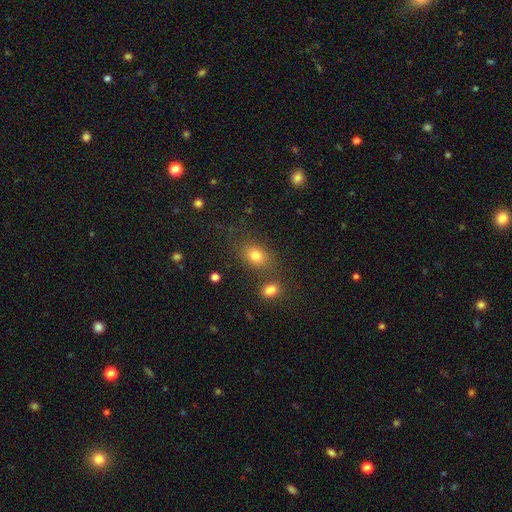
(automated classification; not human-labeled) A smooth galaxy with no disk features (78%) that is in between round and cigar-shaped (64%).

Vote fractions:
- Smooth or featured? smooth: 78% / star or artifact: 13% / featured or disk: 9%
- How rounded? in between: 64% / round: 34% / cigar-shaped: 2%
- Merging? none: 68% / merger: 14% / minor disturbance: 13% / major disturbance: 5%